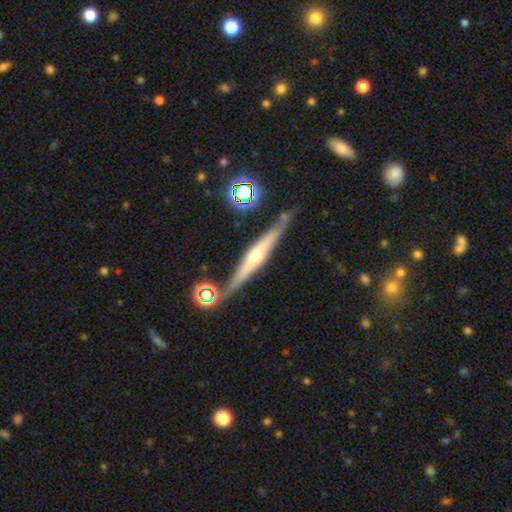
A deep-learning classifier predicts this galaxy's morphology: type=featured or disk (70%); edge-on=yes (96%); edge-on bulge=rounded (78%); merging=none (81%).